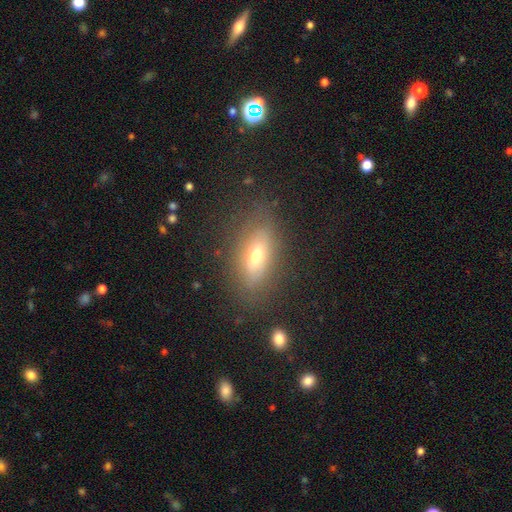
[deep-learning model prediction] smooth_or_featured: smooth (p=0.56) [alt: featured or disk p=0.34]
how_rounded: in between (p=0.79) [alt: cigar-shaped p=0.14]
merging: none (p=0.77) [alt: minor disturbance p=0.15]